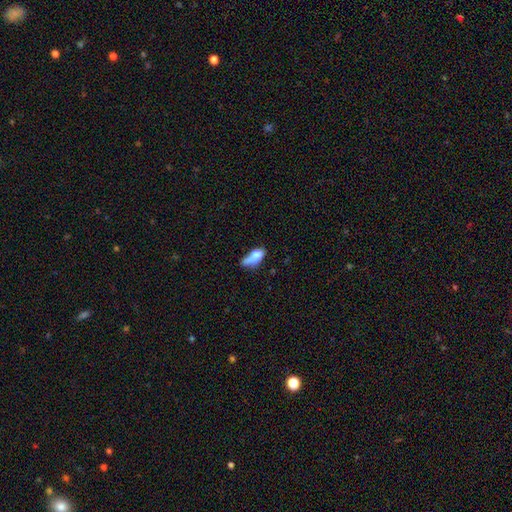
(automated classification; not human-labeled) This is likely a smooth galaxy (70%). How rounded: likely in between (78%). Merging: marginally minor disturbance (26%, tied with none).